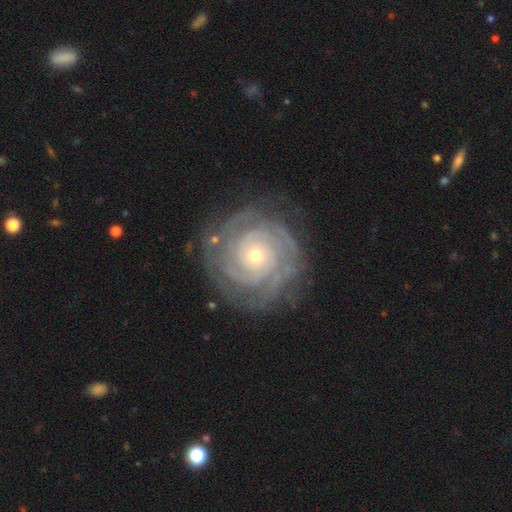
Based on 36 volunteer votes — Smooth or featured? 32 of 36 (89%) said featured or disk. Edge-on disk? 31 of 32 (97%) said no. Bar? 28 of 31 (90%) said no. Spiral arms? 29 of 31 (94%) said yes. Spiral winding? 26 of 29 (90%) said tight. Spiral arm count? 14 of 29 (48%) said can't tell. Bulge size? 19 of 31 (61%) said small. Merging? 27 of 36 (75%) said none.